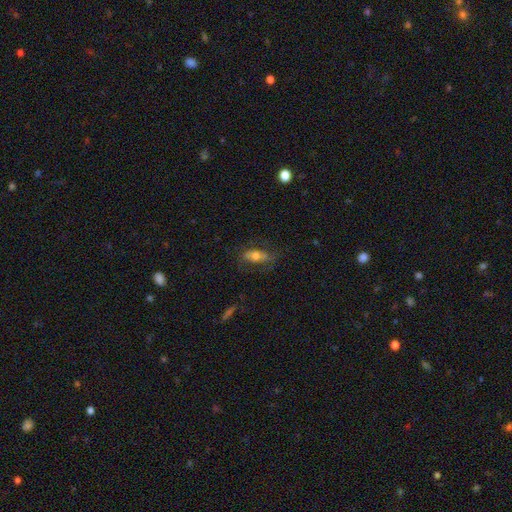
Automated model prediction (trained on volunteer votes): smooth 52%, featured or disk 37%, star or artifact 10%. Down the decision tree: how rounded — in between (72%); merging — none (59%).